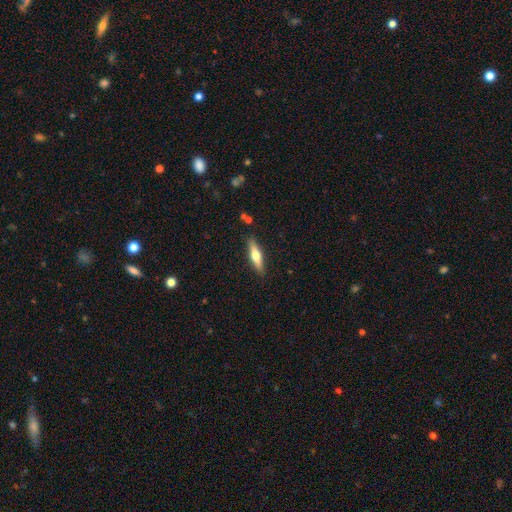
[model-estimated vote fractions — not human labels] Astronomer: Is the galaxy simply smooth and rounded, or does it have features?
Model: smooth — 52% (runner-up: featured or disk, 42%).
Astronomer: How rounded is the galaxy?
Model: cigar-shaped — 71%.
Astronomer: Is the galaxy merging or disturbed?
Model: none — 87%.